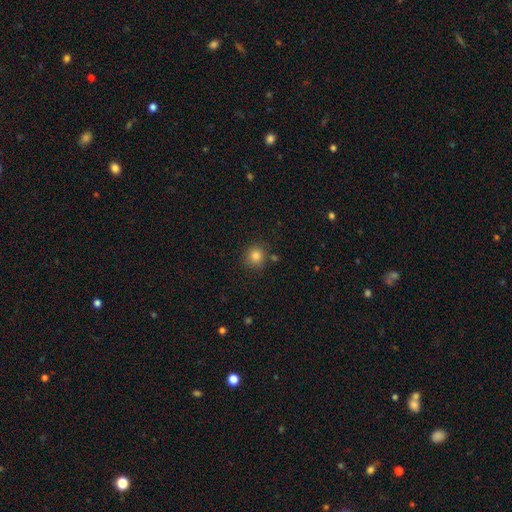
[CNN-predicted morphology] Smooth or featured? smooth (84%)
How rounded? round (90%)
Merging? none (82%)